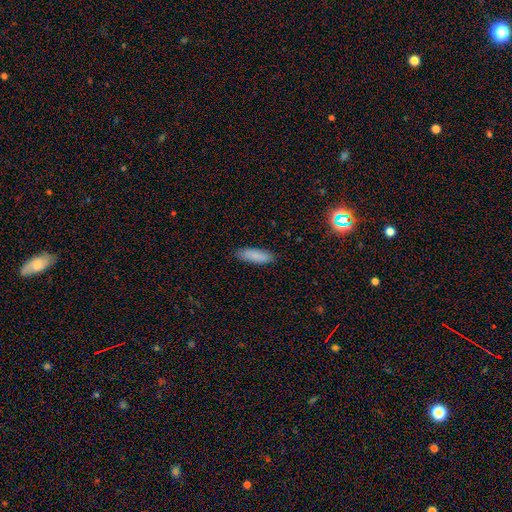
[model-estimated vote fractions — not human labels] Overall: smooth (87%). How rounded: in between (51%; cigar-shaped 48%). Merging: none (87%).